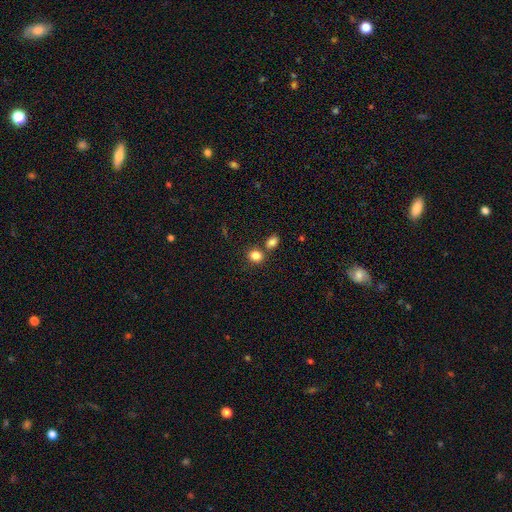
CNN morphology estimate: smooth-or-featured: smooth: 83% | star or artifact: 11% | featured or disk: 6%
  how-rounded: round: 65% | in between: 34% | cigar-shaped: 1%
  merging: none: 65% | merger: 23% | minor disturbance: 9% | major disturbance: 3%